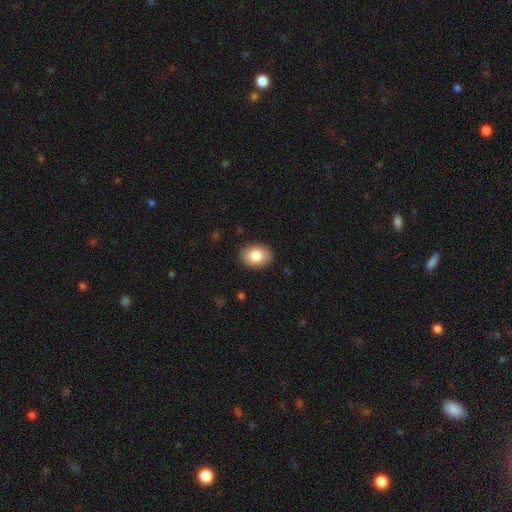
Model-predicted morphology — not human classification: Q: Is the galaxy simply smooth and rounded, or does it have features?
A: smooth — 83%.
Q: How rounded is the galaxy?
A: in between — 66%.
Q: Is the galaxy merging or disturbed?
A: none — 88%.